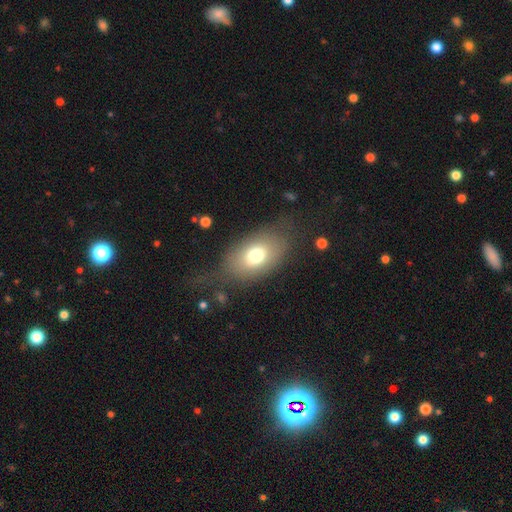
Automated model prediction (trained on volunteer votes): Smooth or featured?
  - smooth: 71% *
  - featured or disk: 20%
  - star or artifact: 9%
How rounded?
  - in between: 84% *
  - round: 14%
  - cigar-shaped: 2%
Merging?
  - none: 62% *
  - minor disturbance: 19%
  - major disturbance: 17%
  - merger: 3%